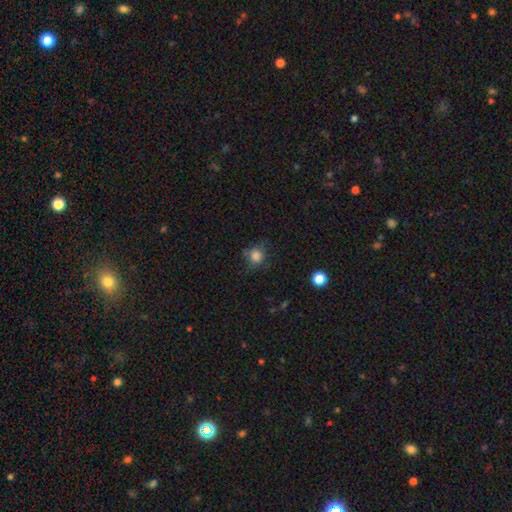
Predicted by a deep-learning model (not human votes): Smooth or featured? smooth (81%)
How rounded? round (77%)
Merging? none (65%)